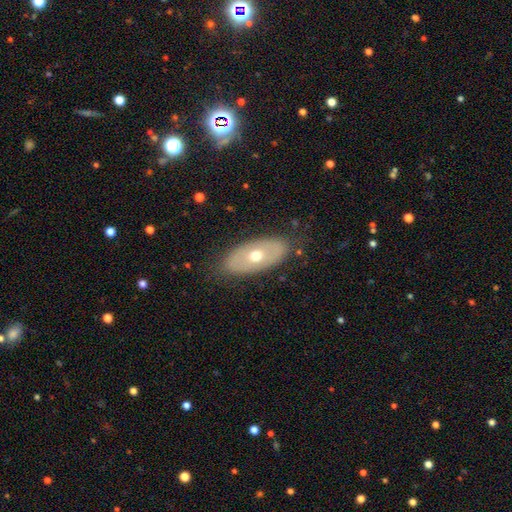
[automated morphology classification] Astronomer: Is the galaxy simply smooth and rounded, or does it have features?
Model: featured or disk — 46%, tied with smooth at 46%.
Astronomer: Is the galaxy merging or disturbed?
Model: none — 83%.